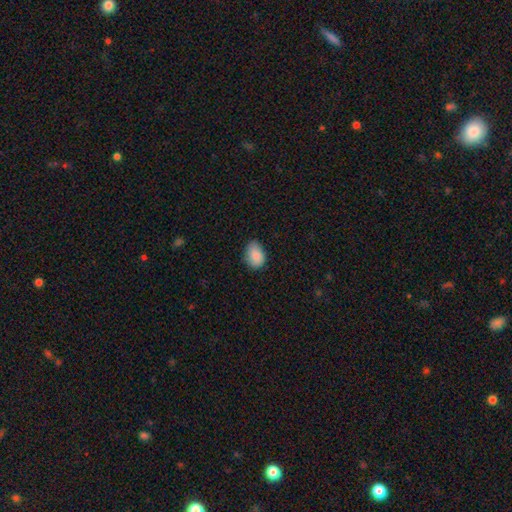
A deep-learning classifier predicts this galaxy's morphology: The model was most divided on "merging": none: 68%, minor disturbance: 27%, major disturbance: 4%, merger: 1%. More confident: smooth or featured — smooth (87%); how rounded — in between (80%).